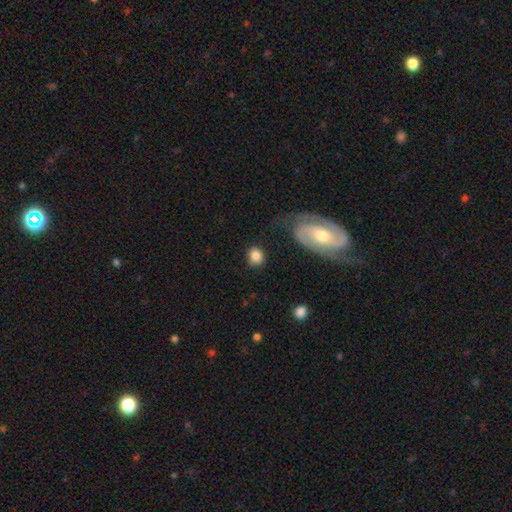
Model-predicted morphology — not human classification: A smooth galaxy with no disk features (83%) that is round (62%).

Vote fractions:
- Smooth or featured? smooth: 83% / featured or disk: 9% / star or artifact: 8%
- How rounded? round: 62% / in between: 36% / cigar-shaped: 2%
- Merging? none: 77% / minor disturbance: 14% / major disturbance: 6% / merger: 4%